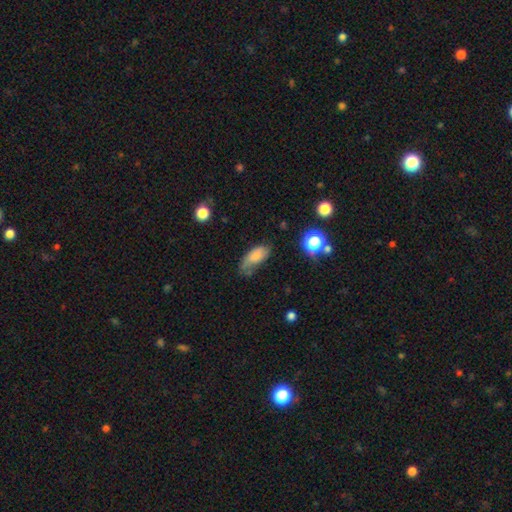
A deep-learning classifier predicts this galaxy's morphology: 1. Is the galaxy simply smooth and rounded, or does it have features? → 76% smooth, 15% featured or disk, 9% star or artifact.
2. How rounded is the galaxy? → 86% in between, 10% cigar-shaped, 3% round.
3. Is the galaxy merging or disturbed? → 45% none, 36% minor disturbance, 15% major disturbance, 4% merger.